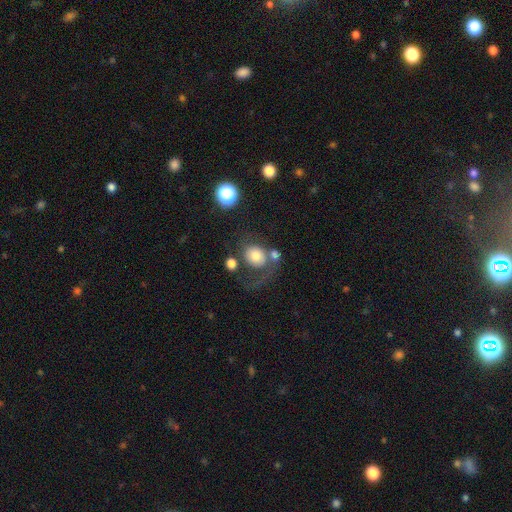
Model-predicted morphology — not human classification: A smooth galaxy with no disk features (68%) that is round (70%).

Vote fractions:
- Smooth or featured? smooth: 68% / featured or disk: 22% / star or artifact: 10%
- How rounded? round: 70% / in between: 29% / cigar-shaped: 1%
- Merging? none: 38% / major disturbance: 26% / merger: 21% / minor disturbance: 15%